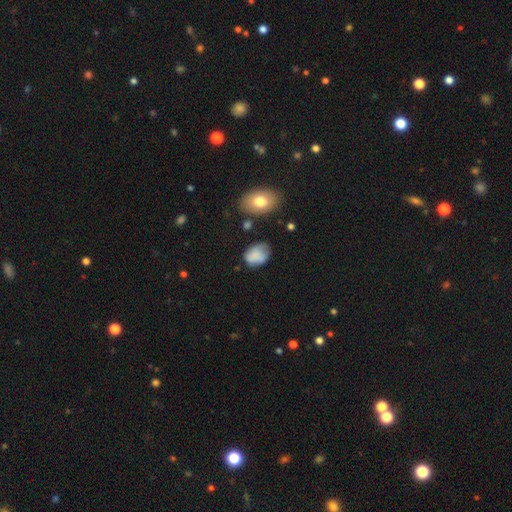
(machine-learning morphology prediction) This is likely a smooth galaxy (76%). How rounded: likely in between (74%). Merging: possibly none (56%).